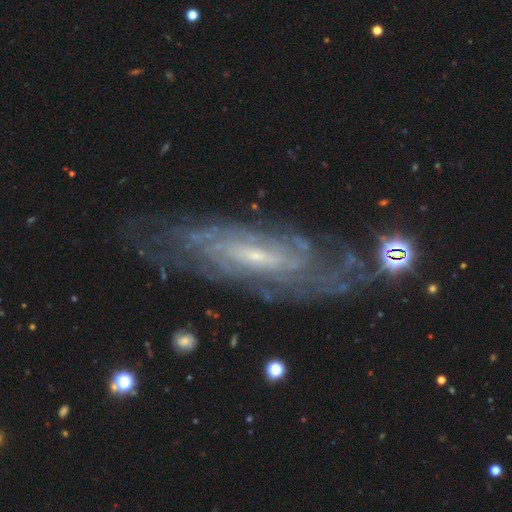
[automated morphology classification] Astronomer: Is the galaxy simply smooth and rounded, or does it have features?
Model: featured or disk — 87%.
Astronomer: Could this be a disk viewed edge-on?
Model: no — 87%.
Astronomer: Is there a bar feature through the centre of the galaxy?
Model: weak — 44% (runner-up: no, 39%).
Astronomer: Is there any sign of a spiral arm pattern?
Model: yes — 95%.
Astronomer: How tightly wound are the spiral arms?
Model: tight — 69%.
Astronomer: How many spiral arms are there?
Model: can't tell — 47%.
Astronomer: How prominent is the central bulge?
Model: small — 73%.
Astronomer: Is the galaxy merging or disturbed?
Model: none — 75%.